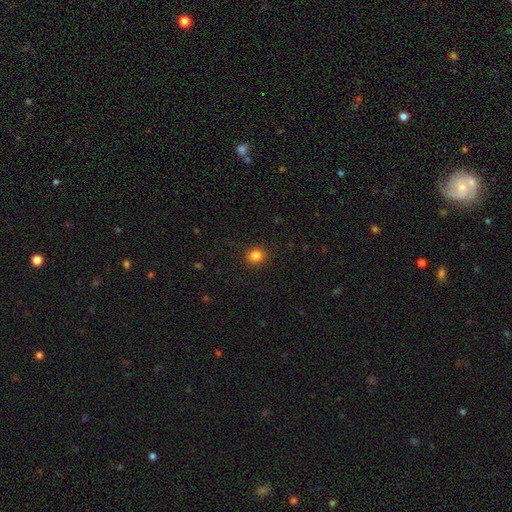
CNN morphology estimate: Q: Smooth or featured?
A: smooth (84%); runner-up: star or artifact (11%)
Q: How rounded?
A: round (78%); runner-up: in between (21%)
Q: Merging?
A: none (91%); runner-up: minor disturbance (6%)